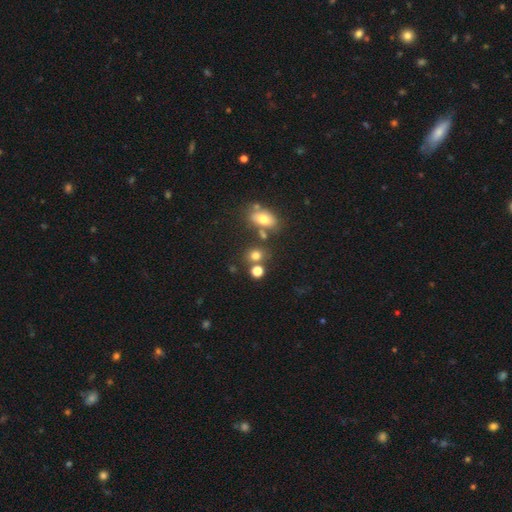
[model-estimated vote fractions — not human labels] The model was most divided on "how rounded": round: 69%, in between: 30%, cigar-shaped: 2%. More confident: smooth or featured — smooth (75%); merging — none (62%).